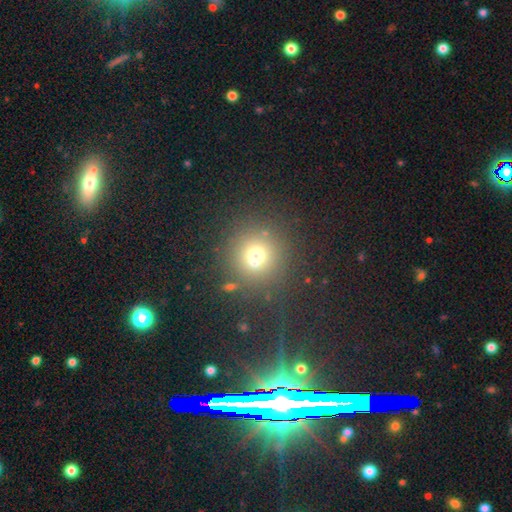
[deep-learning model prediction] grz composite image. It shows a smooth galaxy with no disk features (67%) that is round (92%). Merging: none (69%).